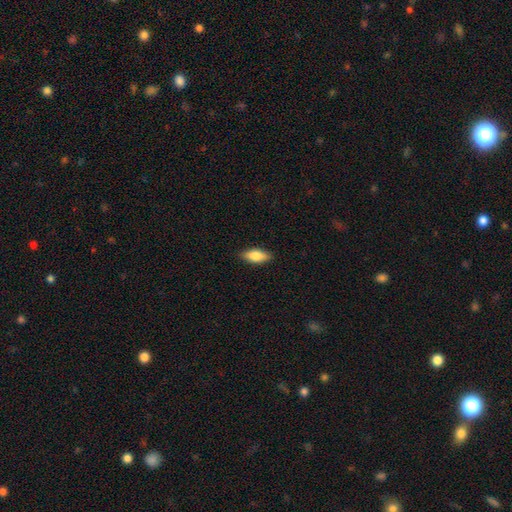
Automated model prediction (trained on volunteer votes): A smooth galaxy with no disk features (78%) that is in between round and cigar-shaped (80%). Merging: none (88%).